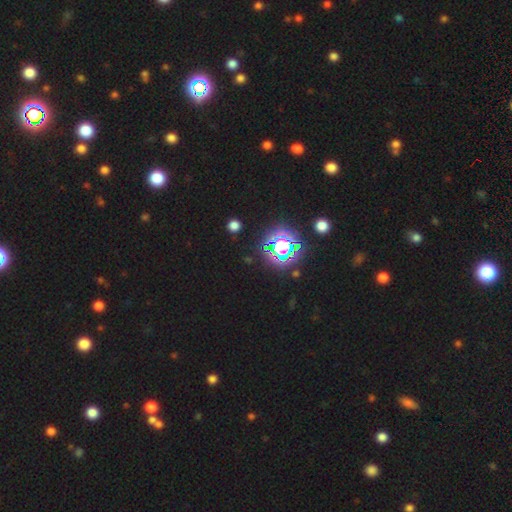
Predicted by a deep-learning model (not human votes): Smooth or featured? star or artifact (80%)